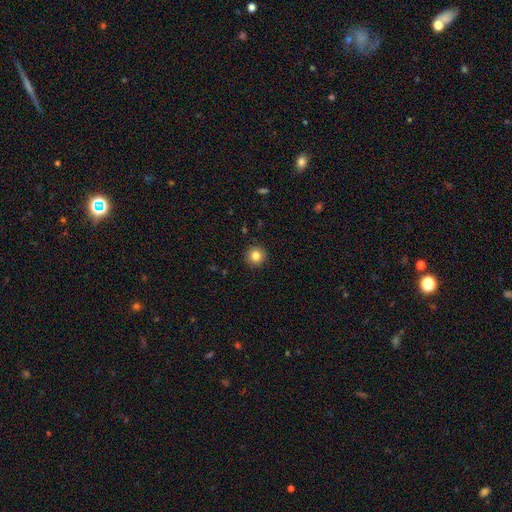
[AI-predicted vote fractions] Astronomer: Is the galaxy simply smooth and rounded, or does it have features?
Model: smooth — 83%.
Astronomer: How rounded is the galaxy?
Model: round — 95%.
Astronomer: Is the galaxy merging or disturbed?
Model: none — 93%.